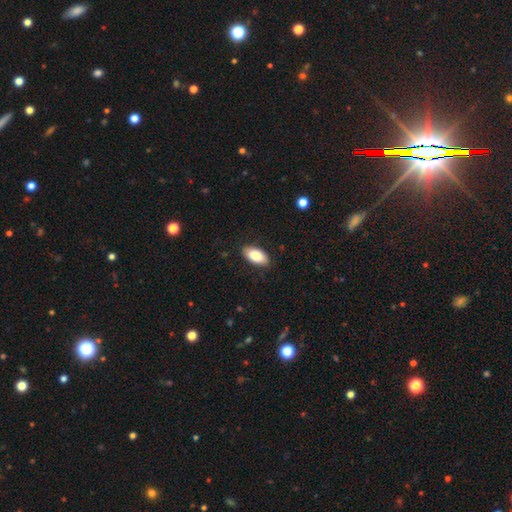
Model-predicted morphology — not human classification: type=smooth (85%); roundness=in between (93%); merging=none (86%).